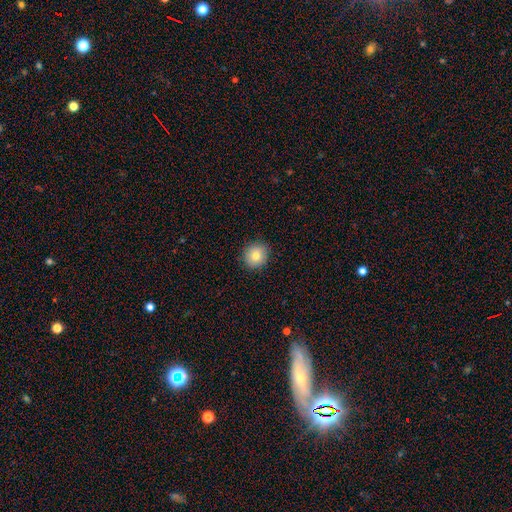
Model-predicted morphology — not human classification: A smooth galaxy with no disk features (78%) that is round (89%). Merging: none (90%).